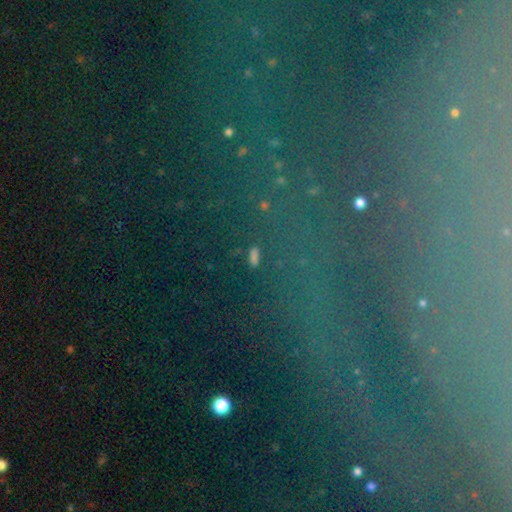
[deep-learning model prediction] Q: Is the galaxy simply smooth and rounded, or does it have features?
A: star or artifact — 57%.